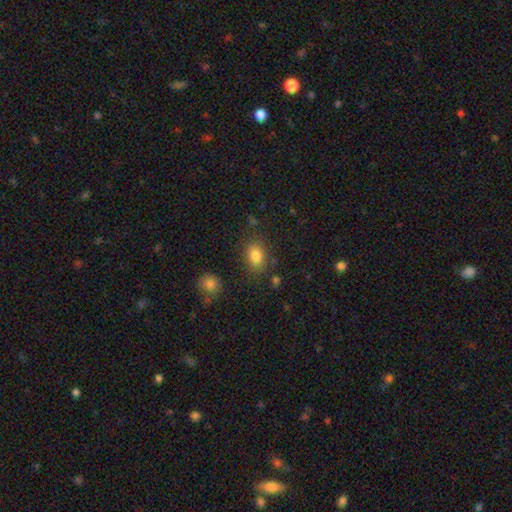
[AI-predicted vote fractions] Smooth or featured: smooth — 83% (star or artifact — 10%)
How rounded: in between — 76% (round — 23%)
Merging: none — 78% (minor disturbance — 13%)